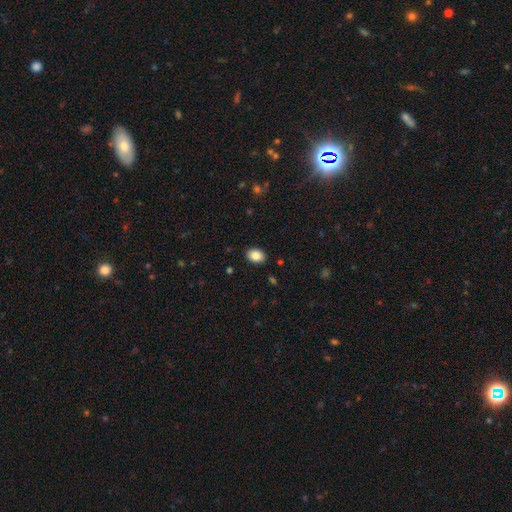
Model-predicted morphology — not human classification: Overall: smooth (87%). How rounded: in between (73%). Merging: none (90%).